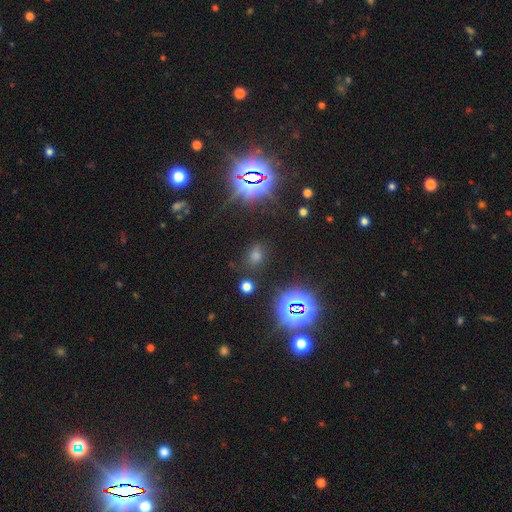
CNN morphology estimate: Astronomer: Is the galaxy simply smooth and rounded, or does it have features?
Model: star or artifact — 49% (runner-up: smooth, 43%).